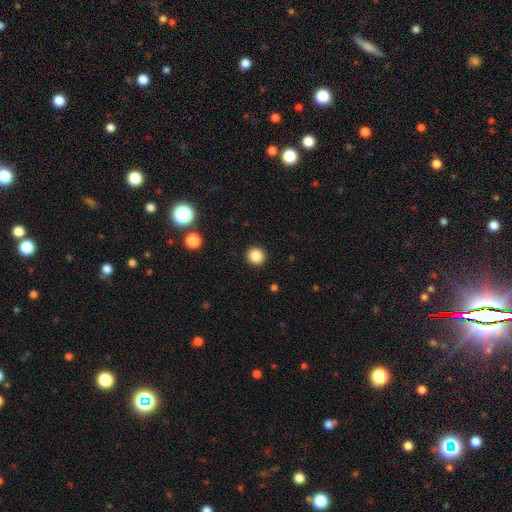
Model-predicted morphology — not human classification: smooth_or_featured: smooth (p=0.86) [alt: star or artifact p=0.11]
how_rounded: round (p=0.94) [alt: in between p=0.05]
merging: none (p=0.93) [alt: minor disturbance p=0.04]